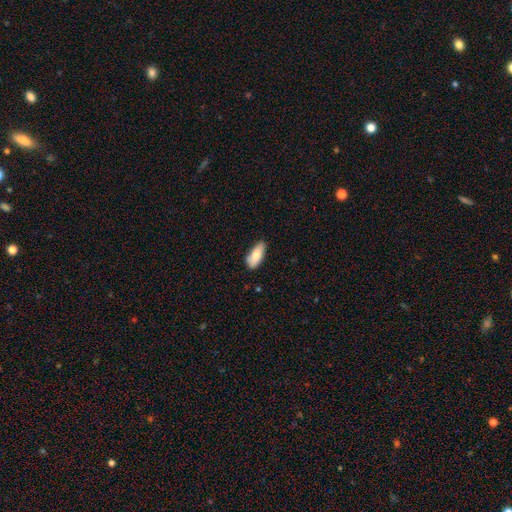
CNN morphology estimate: smooth_or_featured: smooth (p=0.83) [alt: featured or disk p=0.11]
how_rounded: in between (p=0.82) [alt: cigar-shaped p=0.16]
merging: none (p=0.72) [alt: minor disturbance p=0.23]